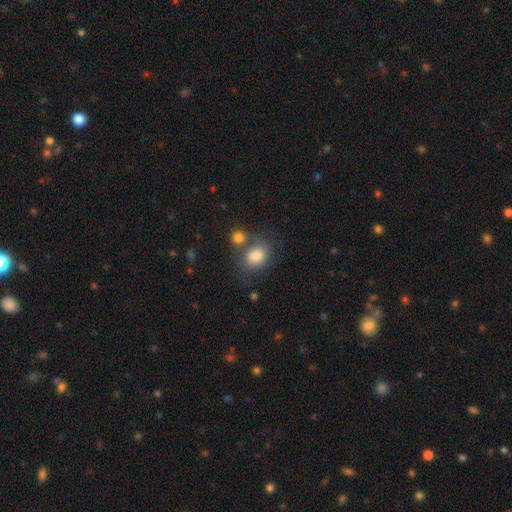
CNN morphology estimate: Smooth or featured? Predicted: smooth (p=0.81). How rounded? Predicted: in between (p=0.53). Merging? Predicted: none (p=0.50).